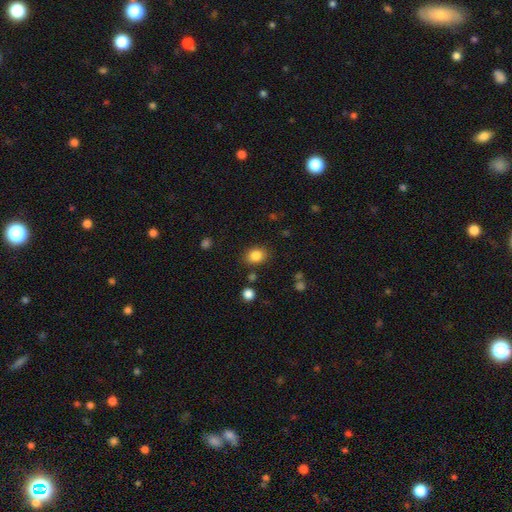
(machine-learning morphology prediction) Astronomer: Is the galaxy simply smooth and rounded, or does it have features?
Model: smooth — 85%.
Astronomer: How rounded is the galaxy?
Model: in between — 50% (runner-up: round, 49%).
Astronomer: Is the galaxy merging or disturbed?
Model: none — 83%.